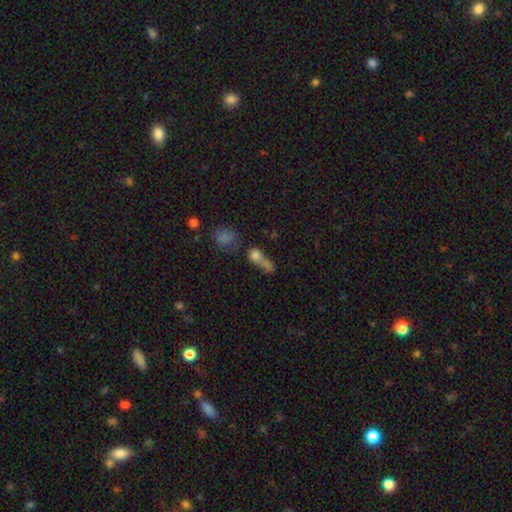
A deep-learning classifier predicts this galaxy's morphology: smooth 46%, star or artifact 31%, featured or disk 22%. Down the decision tree: merging — none (45%).